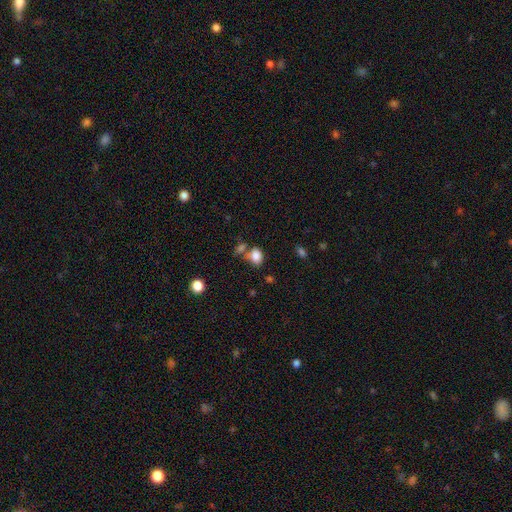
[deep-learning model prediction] A smooth galaxy with no disk features (83%) that is in between round and cigar-shaped (68%). Merging: none (50%).